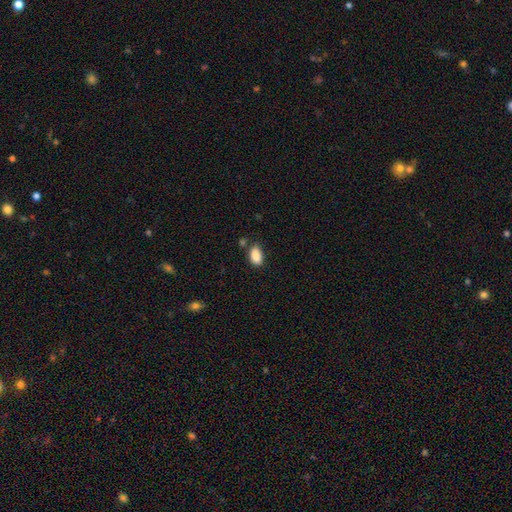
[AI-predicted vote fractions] smooth 89%, star or artifact 8%, featured or disk 3%. Down the decision tree: how rounded — in between (92%); merging — none (74%).